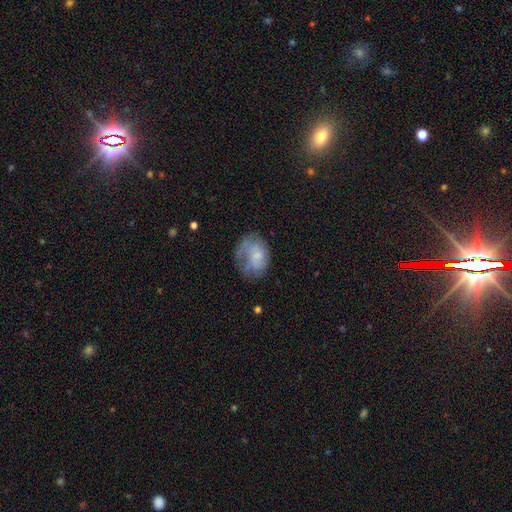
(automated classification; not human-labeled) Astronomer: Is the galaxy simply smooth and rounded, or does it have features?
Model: smooth — 52% (runner-up: featured or disk, 39%).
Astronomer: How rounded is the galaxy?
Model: in between — 64%.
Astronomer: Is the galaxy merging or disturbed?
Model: none — 42% (runner-up: minor disturbance, 28%).